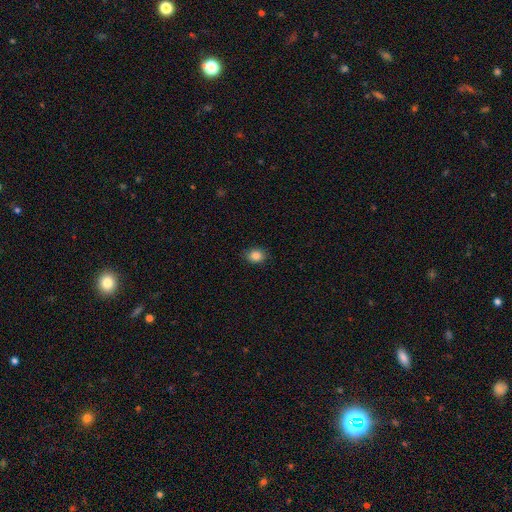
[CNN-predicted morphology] Overall: smooth (86%). How rounded: in between (51%; round 48%). Merging: none (85%).